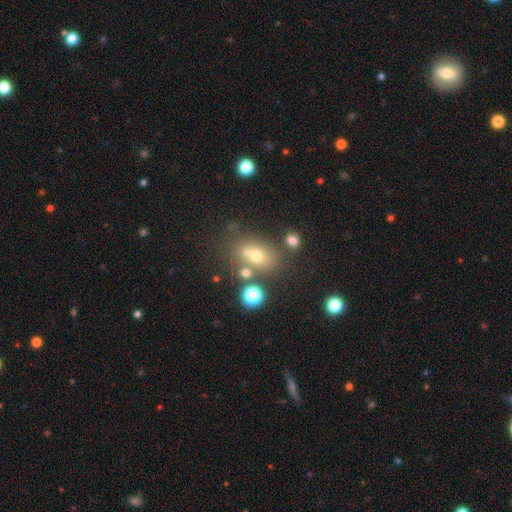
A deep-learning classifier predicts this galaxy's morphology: A smooth galaxy with no disk features (63%) that is in between round and cigar-shaped (59%). Merging: none (57%).